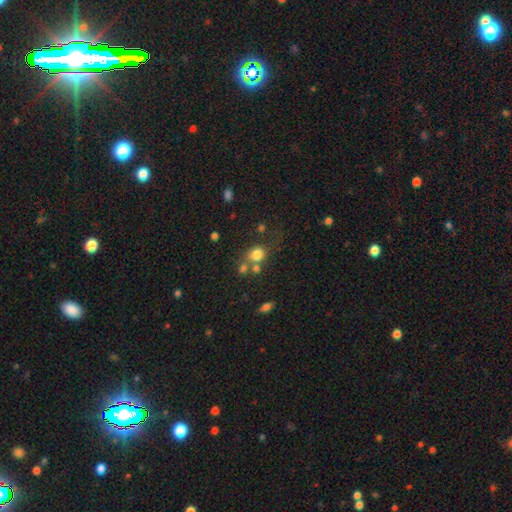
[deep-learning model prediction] Smooth or featured? smooth (76%)
How rounded? round (71%)
Merging? none (51%)